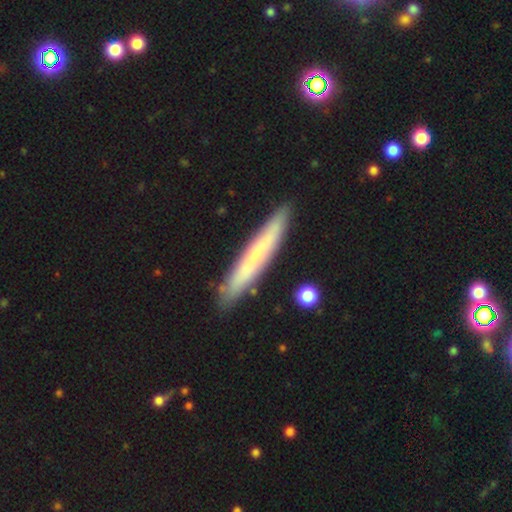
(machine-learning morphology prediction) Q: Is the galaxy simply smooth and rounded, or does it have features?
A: smooth — 56%.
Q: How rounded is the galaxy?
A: cigar-shaped — 95%.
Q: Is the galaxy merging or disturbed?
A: none — 88%.